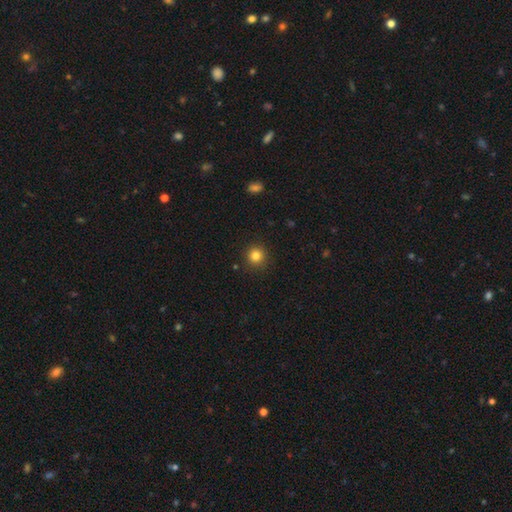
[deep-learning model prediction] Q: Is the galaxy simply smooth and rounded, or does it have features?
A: smooth — 83%.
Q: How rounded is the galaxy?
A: round — 94%.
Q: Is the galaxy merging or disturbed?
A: none — 90%.